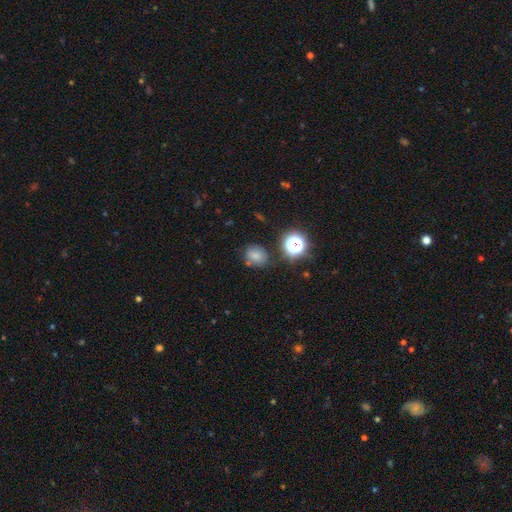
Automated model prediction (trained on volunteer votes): Smooth or featured?
  - smooth: 71% *
  - star or artifact: 20%
  - featured or disk: 9%
How rounded?
  - round: 61% *
  - in between: 38%
  - cigar-shaped: 1%
Merging?
  - none: 71% *
  - minor disturbance: 17%
  - merger: 7%
  - major disturbance: 5%